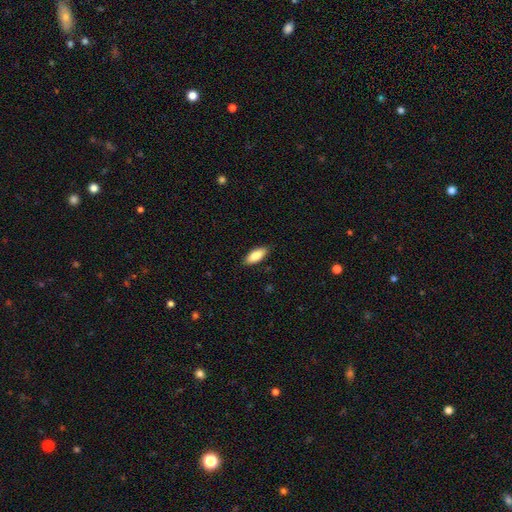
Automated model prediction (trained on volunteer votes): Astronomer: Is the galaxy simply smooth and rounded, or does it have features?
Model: smooth — 84%.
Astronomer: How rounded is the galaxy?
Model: in between — 81%.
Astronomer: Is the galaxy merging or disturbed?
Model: none — 87%.